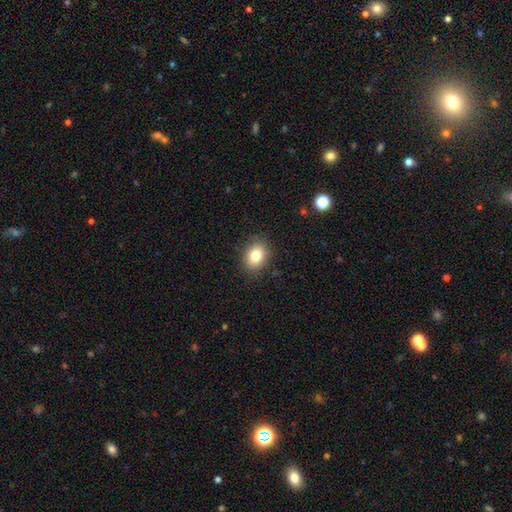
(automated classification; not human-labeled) Smooth or featured: smooth — 82% (star or artifact — 10%)
How rounded: in between — 62% (round — 37%)
Merging: none — 87% (minor disturbance — 9%)